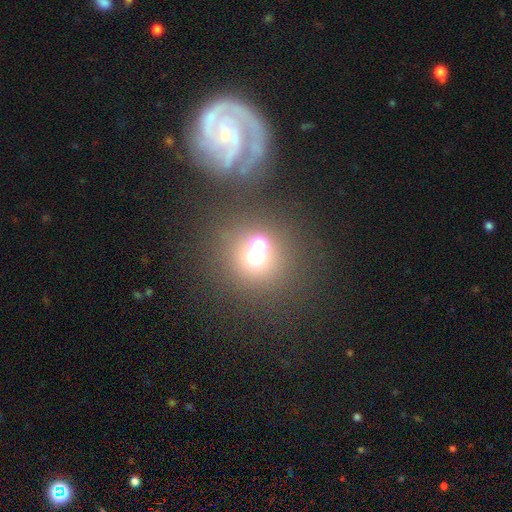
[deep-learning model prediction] A smooth galaxy with no disk features (55%) that is round (86%).

Vote fractions:
- Smooth or featured? smooth: 55% / featured or disk: 25% / star or artifact: 20%
- How rounded? round: 86% / in between: 13% / cigar-shaped: 1%
- Merging? none: 46% / merger: 38% / minor disturbance: 9% / major disturbance: 7%